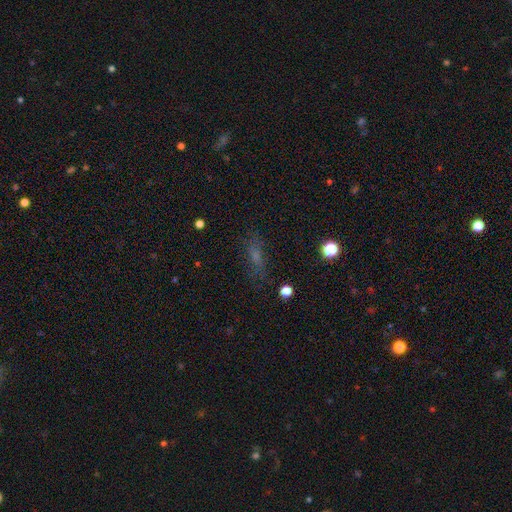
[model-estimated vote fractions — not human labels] Overall: smooth (46%; star or artifact 28%). Merging: none (75%).